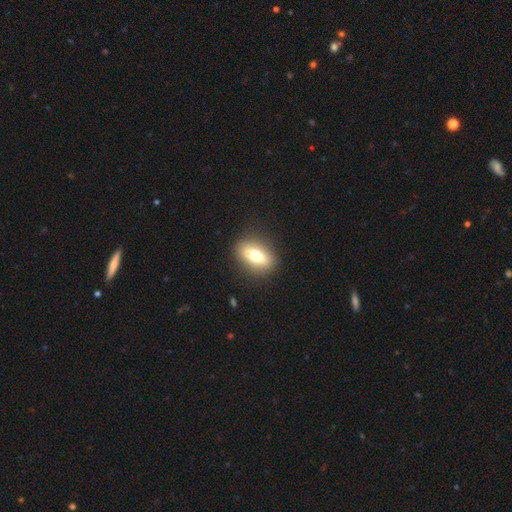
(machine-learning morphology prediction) smooth 58%, featured or disk 33%, star or artifact 9%. Down the decision tree: how rounded — in between (70%); merging — none (79%).